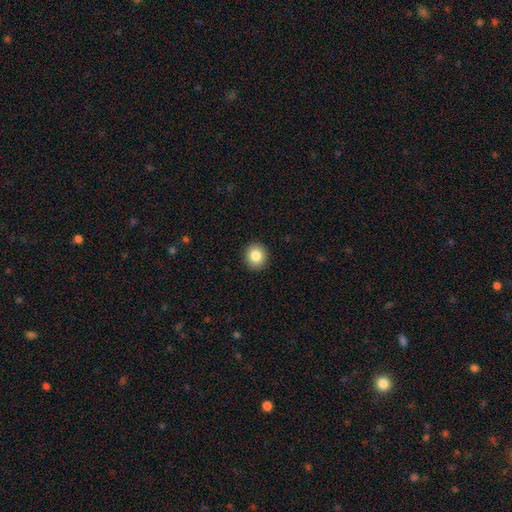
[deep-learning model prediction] Overall: smooth (84%). How rounded: round (85%). Merging: none (92%).